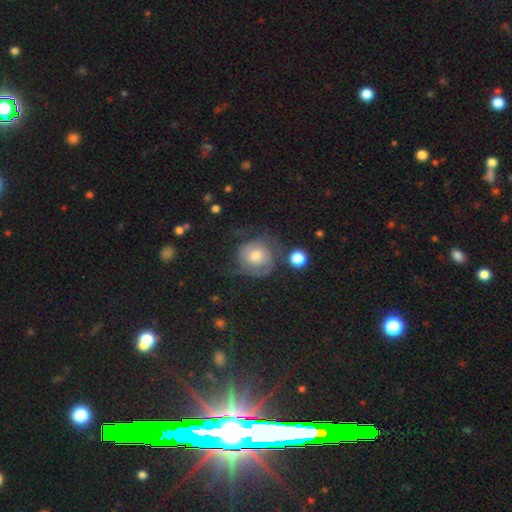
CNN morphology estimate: This is possibly a featured or disk galaxy (59%). It is clearly not viewed edge-on (97%). Bar: likely no (76%). Spiral arm pattern: clearly yes (82%). Central bulge: possibly moderate (60%). Merging: possibly none (53%).